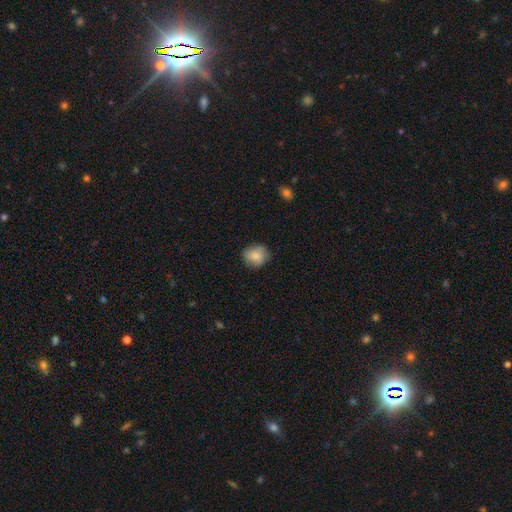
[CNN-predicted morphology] Smooth or featured?
  - smooth: 80% *
  - featured or disk: 12%
  - star or artifact: 8%
How rounded?
  - round: 74% *
  - in between: 25%
  - cigar-shaped: 1%
Merging?
  - none: 77% *
  - minor disturbance: 18%
  - major disturbance: 4%
  - merger: 1%